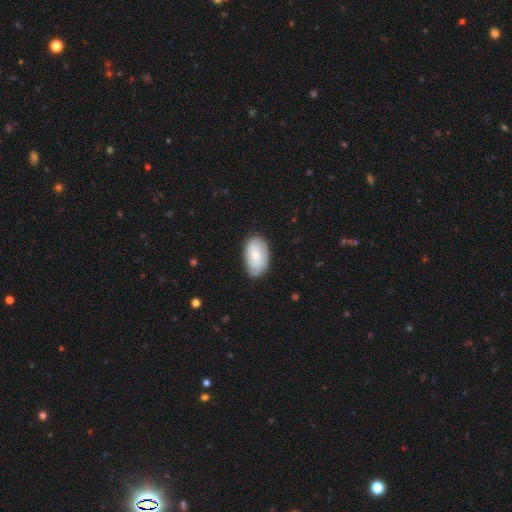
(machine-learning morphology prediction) Smooth or featured? smooth (58%)
How rounded? in between (92%)
Merging? none (77%)